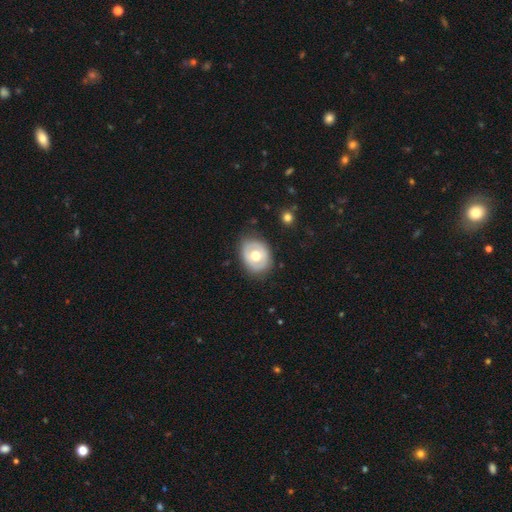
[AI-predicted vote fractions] A smooth galaxy with no disk features (51%) that is in between round and cigar-shaped (53%).

Vote fractions:
- Smooth or featured? smooth: 51% / featured or disk: 43% / star or artifact: 6%
- How rounded? in between: 53% / round: 46% / cigar-shaped: 1%
- Merging? none: 79% / minor disturbance: 15% / major disturbance: 4% / merger: 1%